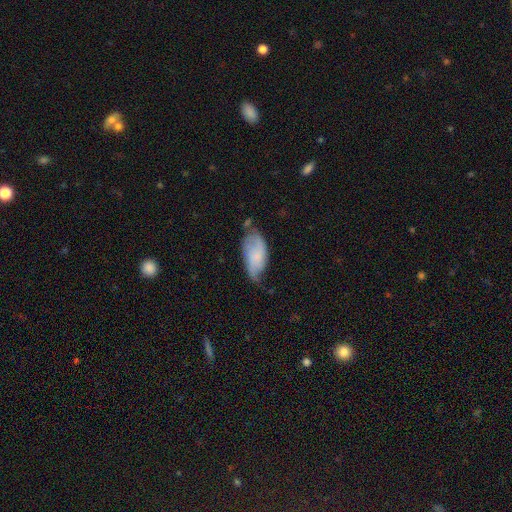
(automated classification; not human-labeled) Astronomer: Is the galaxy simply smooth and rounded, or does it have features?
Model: smooth — 59% (runner-up: featured or disk, 34%).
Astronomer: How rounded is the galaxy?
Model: in between — 91%.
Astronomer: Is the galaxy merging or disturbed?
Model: none — 43% (runner-up: minor disturbance, 40%).